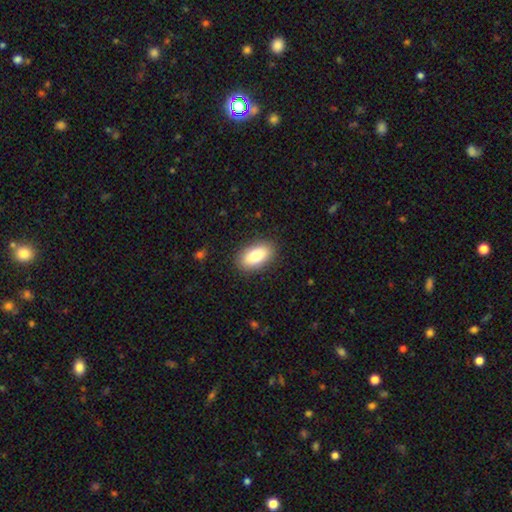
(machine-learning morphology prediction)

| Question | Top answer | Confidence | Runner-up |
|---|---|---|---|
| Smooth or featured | smooth | 82% | featured or disk (11%) |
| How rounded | in between | 92% | cigar-shaped (4%) |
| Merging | none | 87% | minor disturbance (9%) |